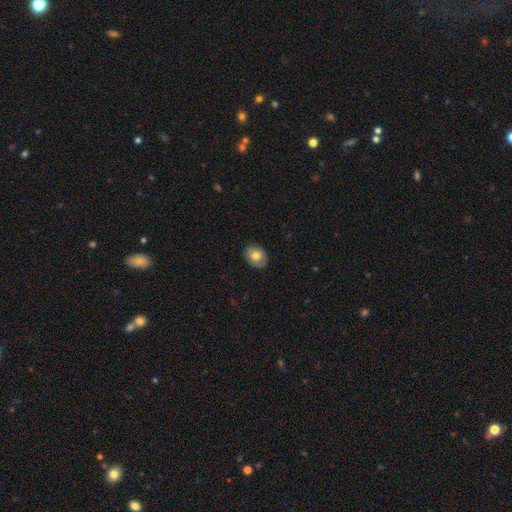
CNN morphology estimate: Smooth or featured?
  - smooth: 76% *
  - featured or disk: 16%
  - star or artifact: 8%
How rounded?
  - in between: 62% *
  - round: 37%
  - cigar-shaped: 1%
Merging?
  - none: 86% *
  - minor disturbance: 11%
  - major disturbance: 2%
  - merger: 1%